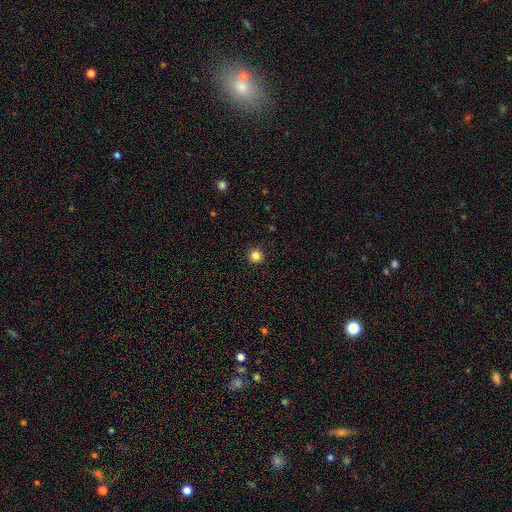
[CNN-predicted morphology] Smooth or featured: smooth — 85% (star or artifact — 11%)
How rounded: round — 96% (in between — 3%)
Merging: none — 93% (minor disturbance — 4%)